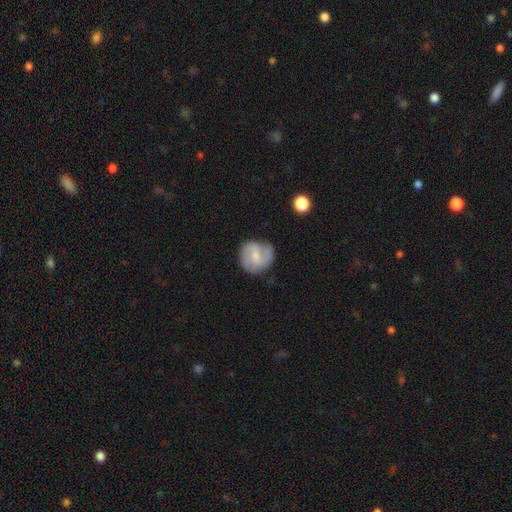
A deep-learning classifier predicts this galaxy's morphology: Smooth or featured: featured or disk — 56% (smooth — 38%)
Edge-on disk: no — 97% (yes — 3%)
Bar: weak — 54% (no — 29%)
Spiral arms: yes — 83% (no — 17%)
Bulge size: small — 53% (moderate — 31%)
Merging: none — 68% (minor disturbance — 21%)